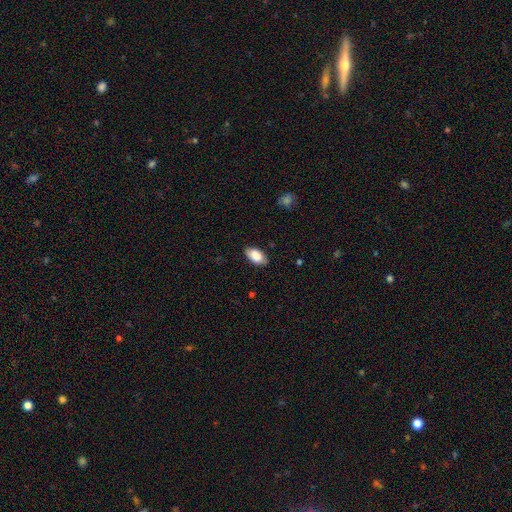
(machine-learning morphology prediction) smooth_or_featured: smooth (p=0.84) [alt: featured or disk p=0.09]
how_rounded: in between (p=0.94) [alt: round p=0.04]
merging: none (p=0.82) [alt: minor disturbance p=0.14]